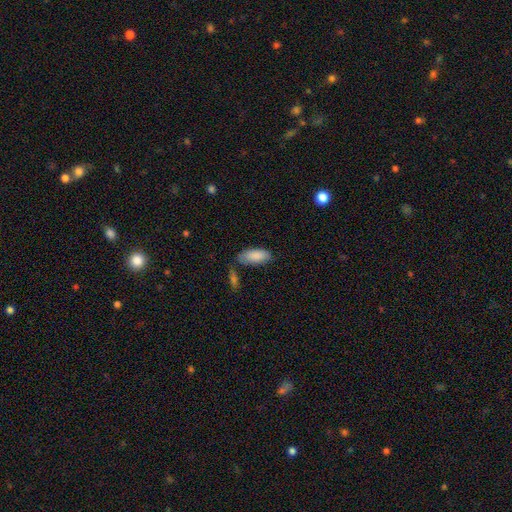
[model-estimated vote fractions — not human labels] smooth 88%, featured or disk 6%, star or artifact 6%. Down the decision tree: how rounded — in between (86%); merging — none (66%).